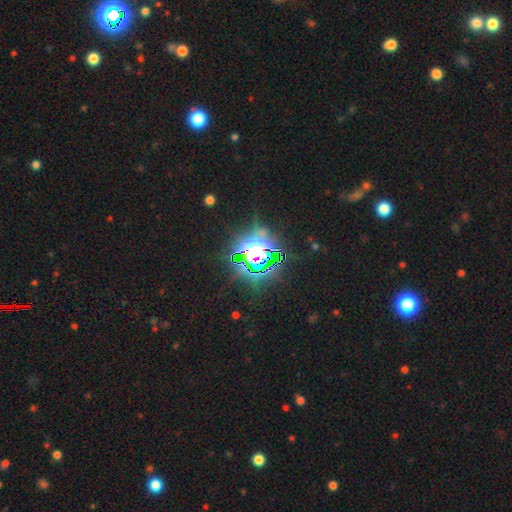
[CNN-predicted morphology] type=star or artifact (80%).